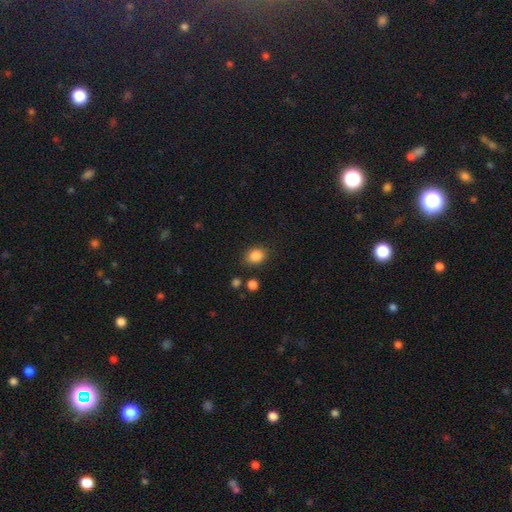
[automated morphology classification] Smooth or featured: smooth — 86% (star or artifact — 10%)
How rounded: in between — 50% (round — 49%)
Merging: none — 83% (minor disturbance — 11%)